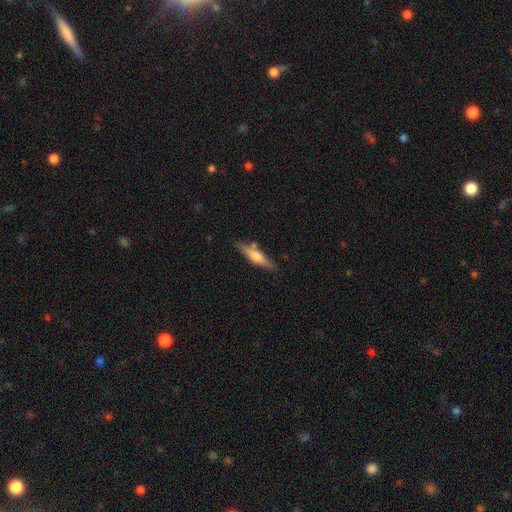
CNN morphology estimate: A featured or disk galaxy (47%). Merging: none (79%).